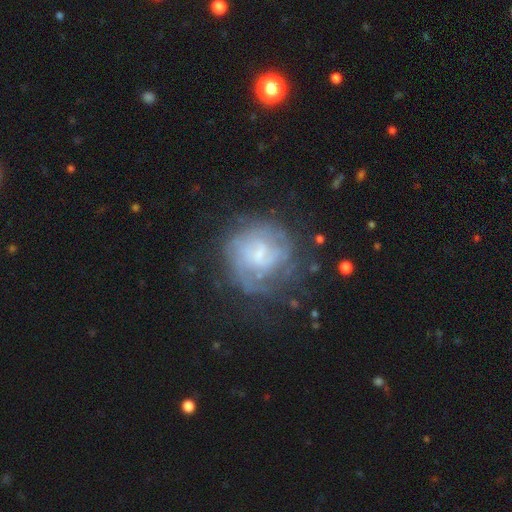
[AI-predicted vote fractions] smooth-or-featured: featured or disk: 63% | smooth: 26% | star or artifact: 11%
  disk-edge-on: no: 97% | yes: 3%
    bar: no: 55% | weak: 37% | strong: 8%
    has-spiral-arms: yes: 71% | no: 29%
    bulge-size: small: 50% | moderate: 28% | none: 16% | large: 5% | dominant: 1%
  merging: none: 64% | minor disturbance: 19% | major disturbance: 15% | merger: 2%